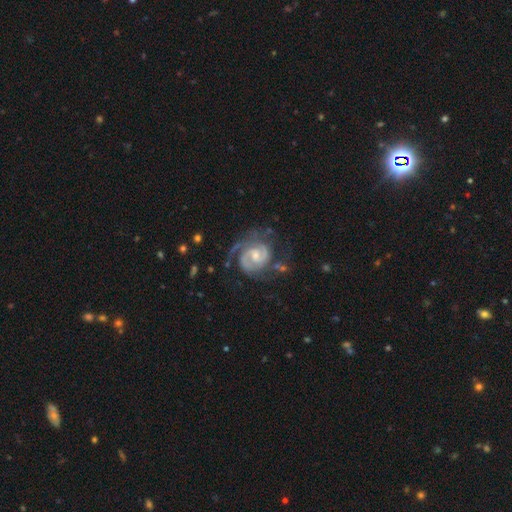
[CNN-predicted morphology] This is clearly a featured or disk galaxy (91%). It is clearly not viewed edge-on (98%). Bar: possibly weak (47%). Spiral arm pattern: clearly yes (98%). Spiral arm count: likely 2 (74%). Spiral winding: possibly tight (52%). Central bulge: possibly small (48%). Merging: likely none (61%).